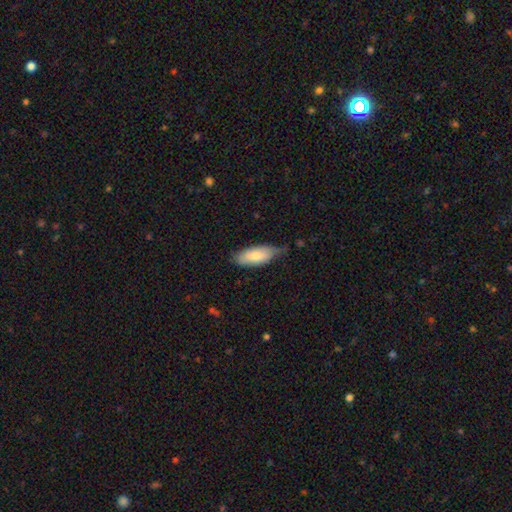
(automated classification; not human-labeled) smooth_or_featured: smooth (p=0.74) [alt: featured or disk p=0.20]
how_rounded: in between (p=0.83) [alt: cigar-shaped p=0.15]
merging: none (p=0.53) [alt: minor disturbance p=0.38]